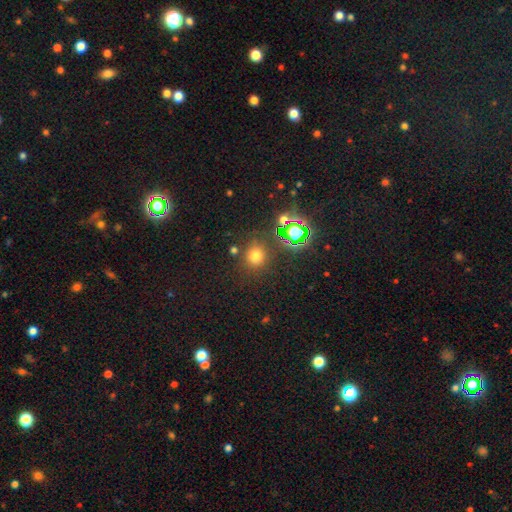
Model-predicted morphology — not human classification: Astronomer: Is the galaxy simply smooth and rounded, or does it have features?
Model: smooth — 67%.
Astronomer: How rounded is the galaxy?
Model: round — 84%.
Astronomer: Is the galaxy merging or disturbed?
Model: none — 83%.